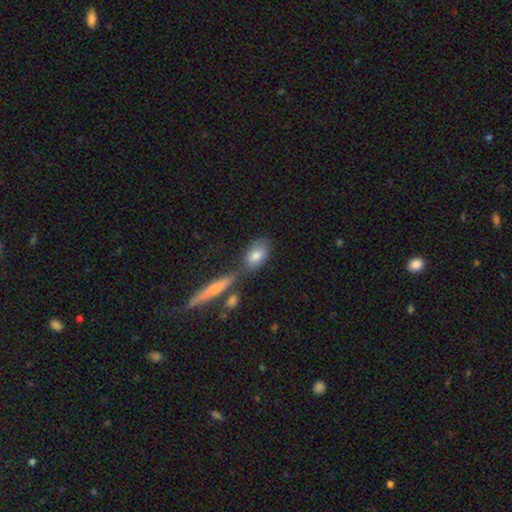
smooth 67%, featured or disk 25%, star or artifact 8%. Down the decision tree: how rounded — in between (83%); merging — none (55%).